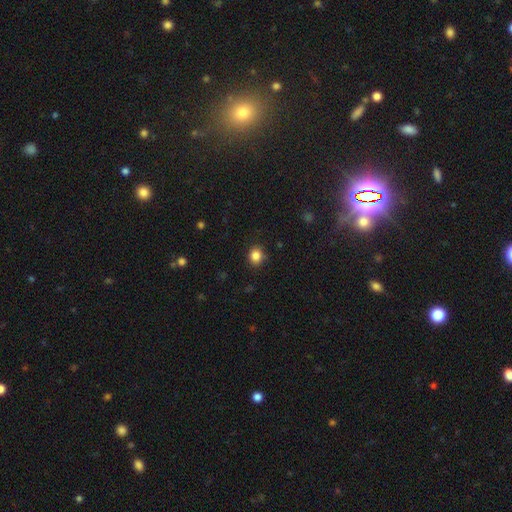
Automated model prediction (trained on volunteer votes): Morphology: type=smooth (85%); roundness=round (73%); merging=none (85%).